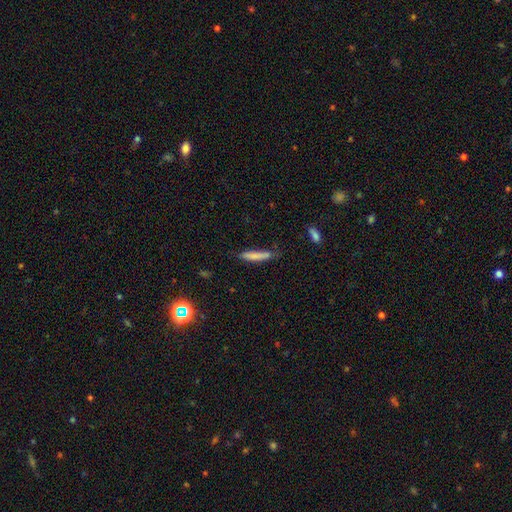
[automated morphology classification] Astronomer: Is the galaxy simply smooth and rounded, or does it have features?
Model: smooth — 79%.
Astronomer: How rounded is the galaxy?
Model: cigar-shaped — 89%.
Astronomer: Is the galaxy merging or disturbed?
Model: none — 69%.